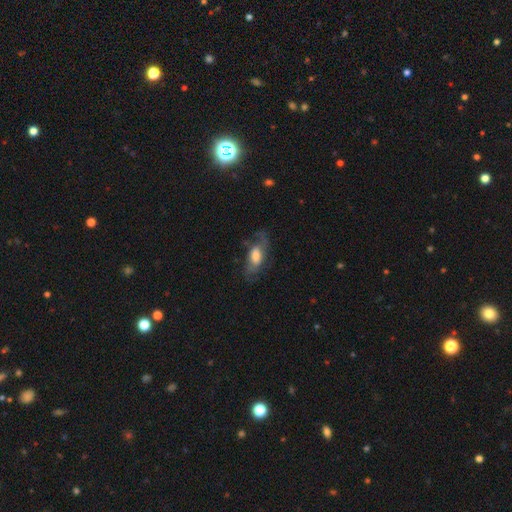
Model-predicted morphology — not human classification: This appears to be a featured or disk galaxy (56%). Merging: none (58%).